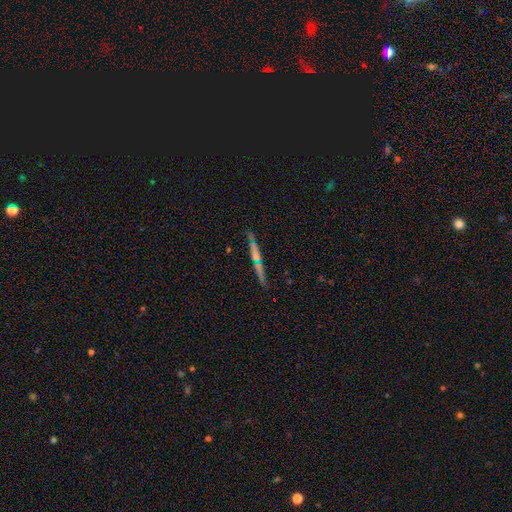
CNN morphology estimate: A featured or disk galaxy (62%) viewed edge-on (94%) with a rounded central bulge (48%).

Vote fractions:
- Smooth or featured? featured or disk: 62% / smooth: 28% / star or artifact: 10%
- Edge-on disk? yes: 94% / no: 6%
- Edge-on bulge? rounded: 48% / none: 43% / boxy: 10%
- Merging? none: 83% / minor disturbance: 10% / merger: 4% / major disturbance: 3%